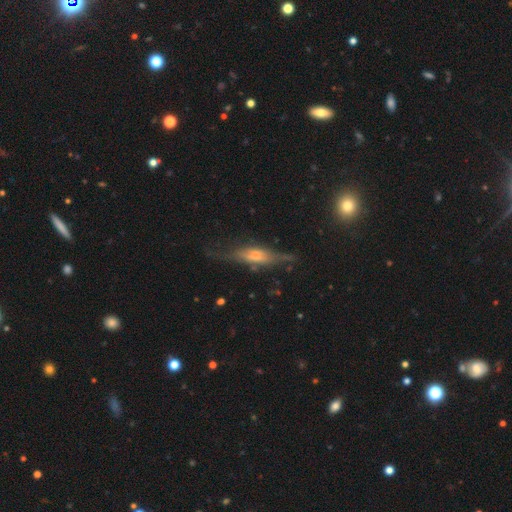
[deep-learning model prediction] Smooth or featured?
  - featured or disk: 62% *
  - smooth: 30%
  - star or artifact: 8%
Edge-on disk?
  - yes: 86% *
  - no: 14%
Edge-on bulge?
  - rounded: 48% *
  - boxy: 39%
  - none: 13%
Merging?
  - none: 60% *
  - minor disturbance: 24%
  - major disturbance: 13%
  - merger: 3%